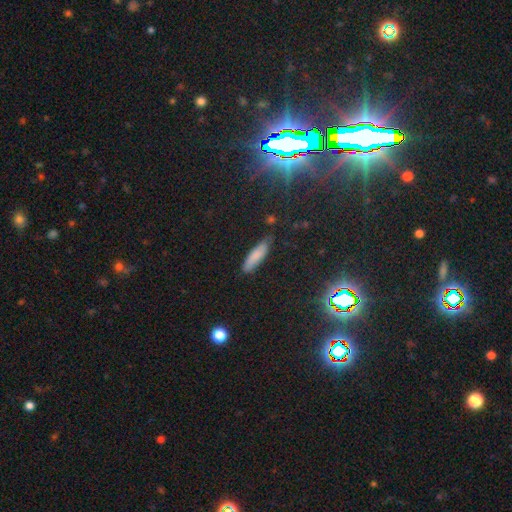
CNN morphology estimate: Smooth or featured? Predicted: smooth (p=0.77). How rounded? Predicted: cigar-shaped (p=0.72). Merging? Predicted: none (p=0.79).